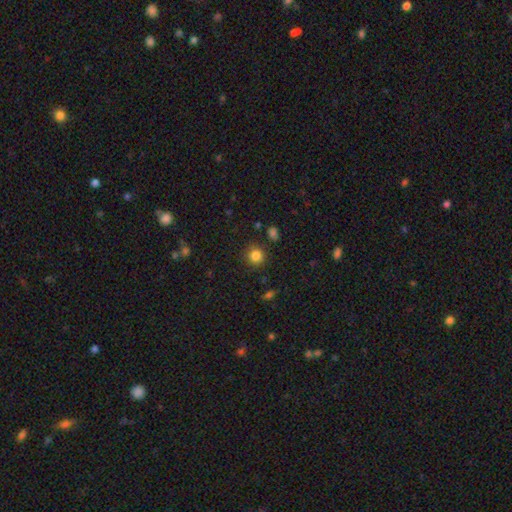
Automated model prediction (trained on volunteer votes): The model was most divided on "smooth or featured": smooth: 84%, star or artifact: 12%, featured or disk: 5%. More confident: how rounded — round (91%); merging — none (87%).